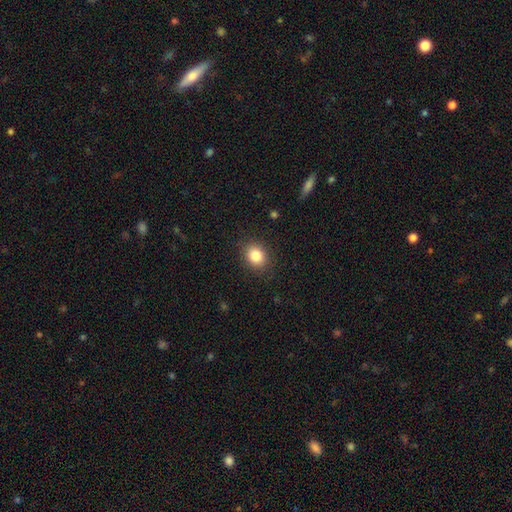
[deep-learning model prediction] Q: Smooth or featured?
A: smooth (83%); runner-up: star or artifact (10%)
Q: How rounded?
A: round (57%); runner-up: in between (42%)
Q: Merging?
A: none (88%); runner-up: minor disturbance (8%)